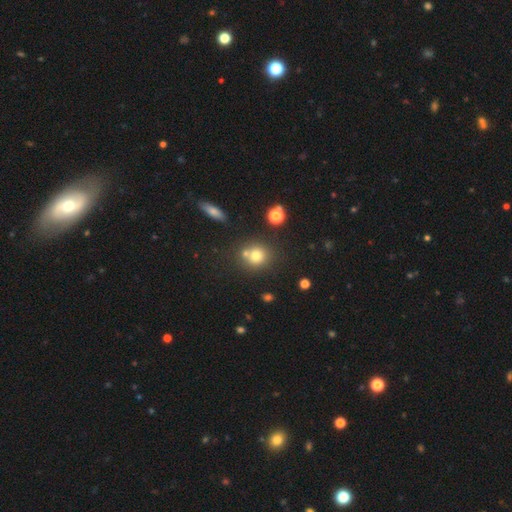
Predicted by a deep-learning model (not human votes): A smooth galaxy with no disk features (74%) that is round (84%).

Vote fractions:
- Smooth or featured? smooth: 74% / star or artifact: 14% / featured or disk: 12%
- How rounded? round: 84% / in between: 15% / cigar-shaped: 1%
- Merging? none: 59% / merger: 27% / minor disturbance: 10% / major disturbance: 4%